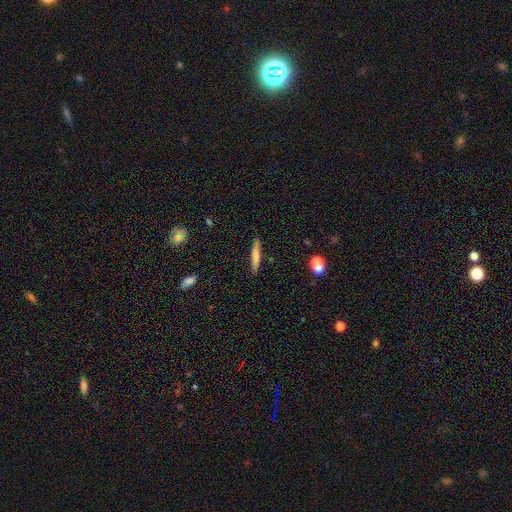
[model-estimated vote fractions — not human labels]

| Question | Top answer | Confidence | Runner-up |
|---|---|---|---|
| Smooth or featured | smooth | 71% | featured or disk (22%) |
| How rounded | cigar-shaped | 91% | in between (7%) |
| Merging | none | 86% | minor disturbance (10%) |